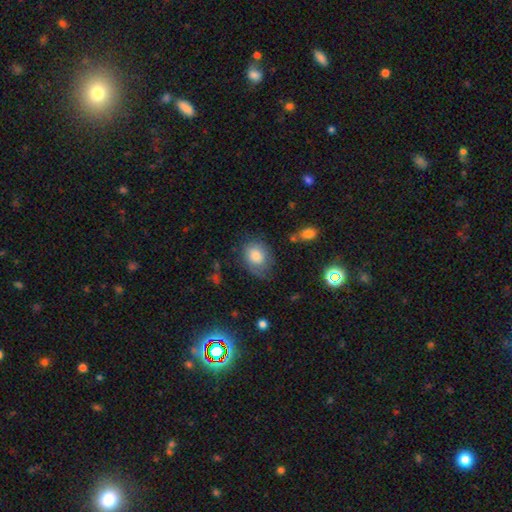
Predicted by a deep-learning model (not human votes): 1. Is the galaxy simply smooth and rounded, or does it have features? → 69% smooth, 22% featured or disk, 9% star or artifact.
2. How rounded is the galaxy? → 57% in between, 42% round, 1% cigar-shaped.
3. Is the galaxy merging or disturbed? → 54% none, 29% minor disturbance, 14% major disturbance, 3% merger.